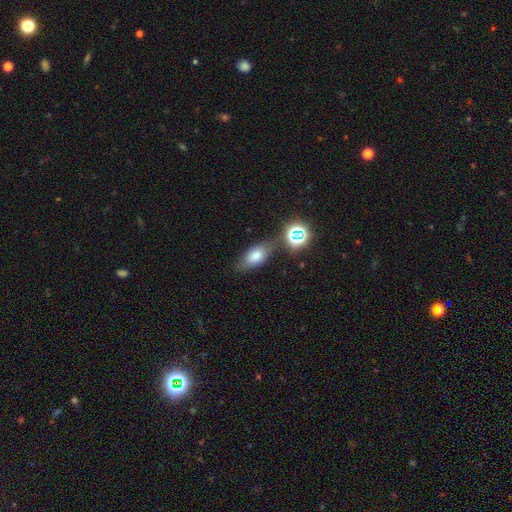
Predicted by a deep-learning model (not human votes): Overall: smooth (68%). How rounded: in between (80%). Merging: none (68%).